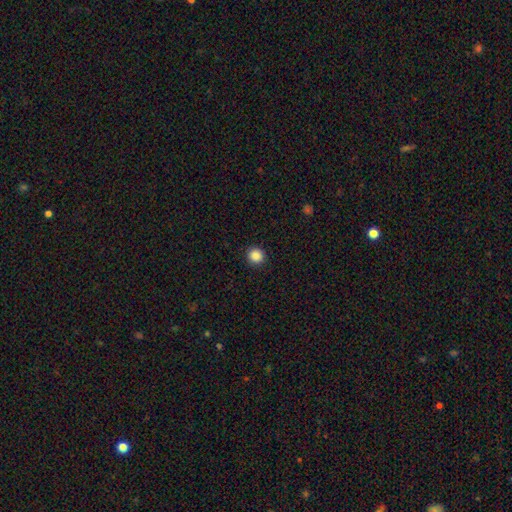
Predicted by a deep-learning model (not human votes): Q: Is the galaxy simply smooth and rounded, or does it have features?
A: smooth — 87%.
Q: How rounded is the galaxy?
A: round — 93%.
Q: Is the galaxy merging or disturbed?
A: none — 93%.